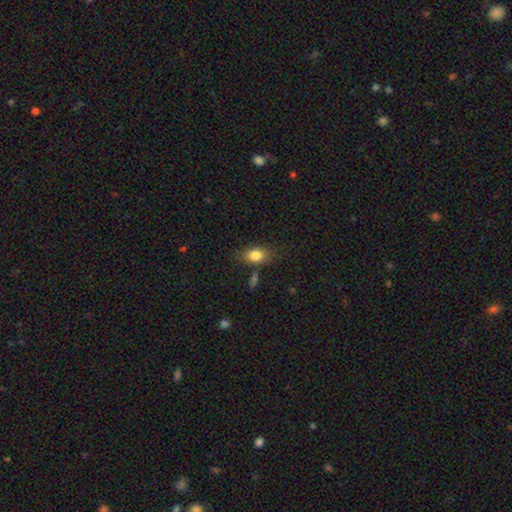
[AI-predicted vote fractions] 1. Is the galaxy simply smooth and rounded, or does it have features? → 83% smooth, 9% featured or disk, 8% star or artifact.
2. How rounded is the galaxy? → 80% in between, 17% round, 3% cigar-shaped.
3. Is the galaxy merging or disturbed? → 73% none, 17% minor disturbance, 6% merger, 5% major disturbance.